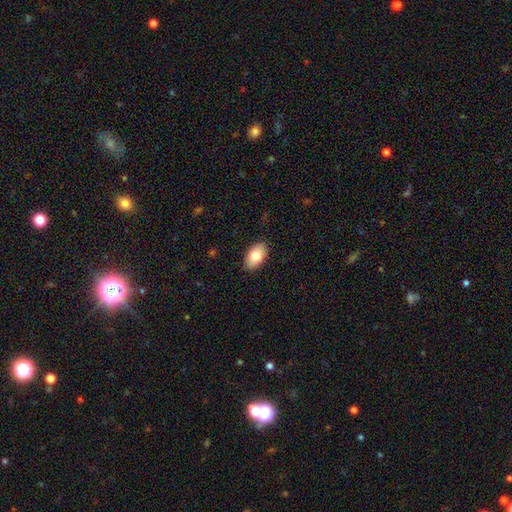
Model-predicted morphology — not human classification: Smooth or featured? smooth (80%)
How rounded? in between (94%)
Merging? none (88%)